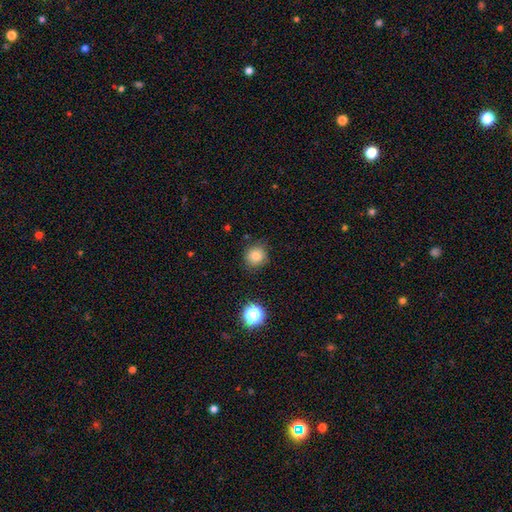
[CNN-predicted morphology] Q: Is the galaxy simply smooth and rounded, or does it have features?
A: smooth — 81%.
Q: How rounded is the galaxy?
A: round — 90%.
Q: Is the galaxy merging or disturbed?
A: none — 83%.